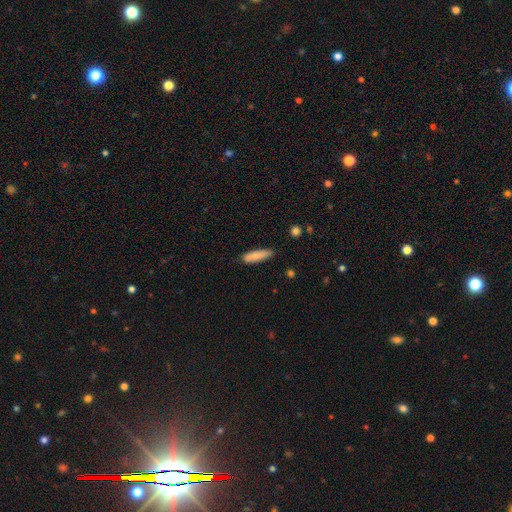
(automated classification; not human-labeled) Q: Smooth or featured?
A: smooth (84%); runner-up: featured or disk (9%)
Q: How rounded?
A: cigar-shaped (71%); runner-up: in between (28%)
Q: Merging?
A: none (82%); runner-up: minor disturbance (14%)